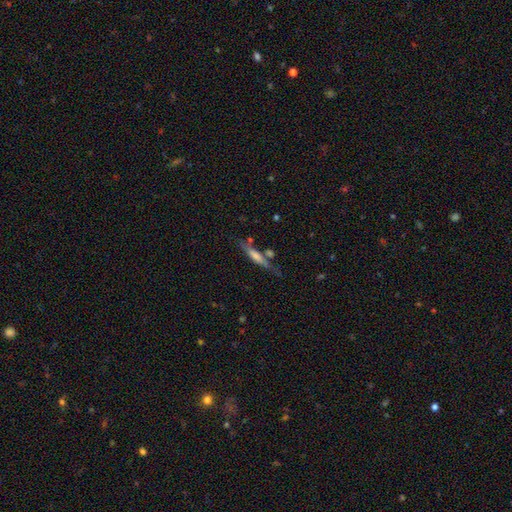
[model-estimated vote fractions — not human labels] featured or disk 51%, smooth 41%, star or artifact 8%. Down the decision tree: edge-on disk — yes (89%); merging — none (66%).